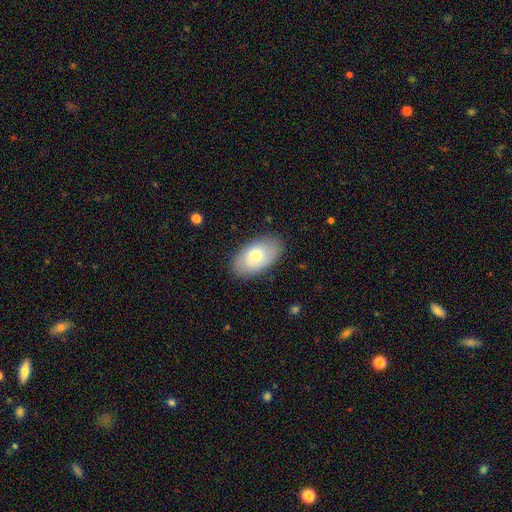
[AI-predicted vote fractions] This appears to be a smooth galaxy with no disk features (69%) that is in between round and cigar-shaped (93%). Merging: none (85%).